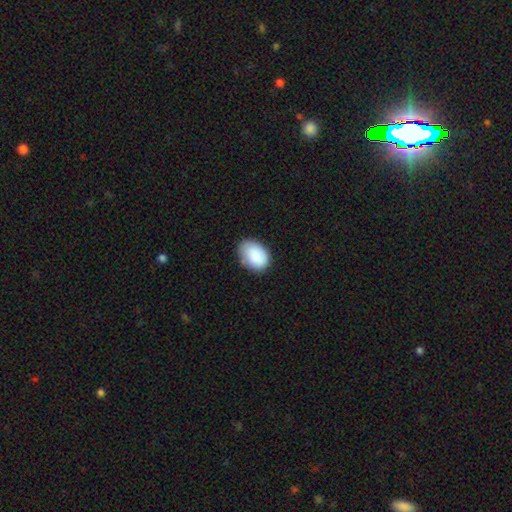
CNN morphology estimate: Smooth or featured? Predicted: smooth (p=0.89). How rounded? Predicted: in between (p=0.79). Merging? Predicted: none (p=0.74).